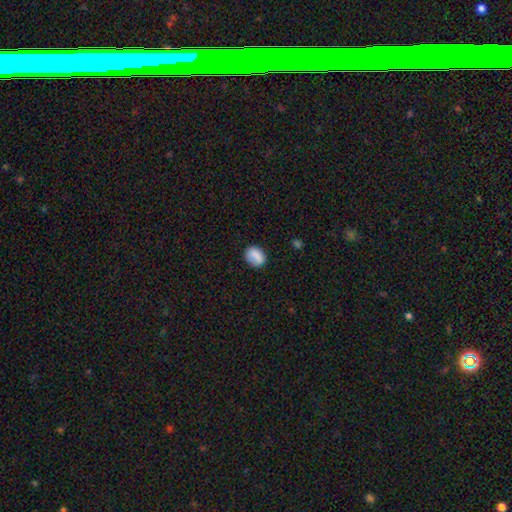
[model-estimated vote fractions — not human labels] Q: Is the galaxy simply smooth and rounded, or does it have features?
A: smooth — 84%.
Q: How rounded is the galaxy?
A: in between — 50%.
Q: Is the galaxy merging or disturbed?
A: none — 78%.